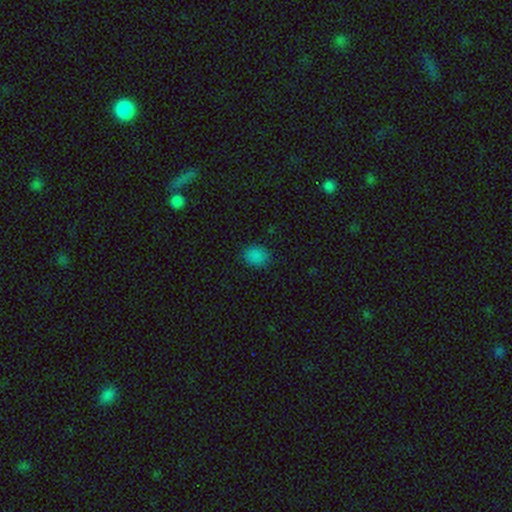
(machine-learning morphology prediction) Overall: smooth (84%). How rounded: round (53%; in between 46%). Merging: none (85%).